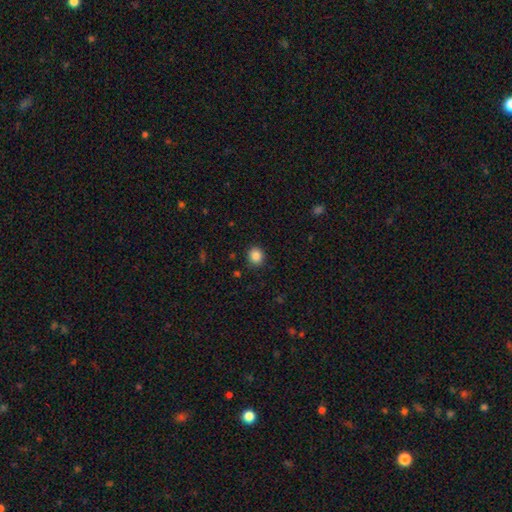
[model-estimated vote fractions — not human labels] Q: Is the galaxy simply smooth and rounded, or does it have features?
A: smooth — 86%.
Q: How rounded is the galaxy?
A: round — 85%.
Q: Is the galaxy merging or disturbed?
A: none — 90%.